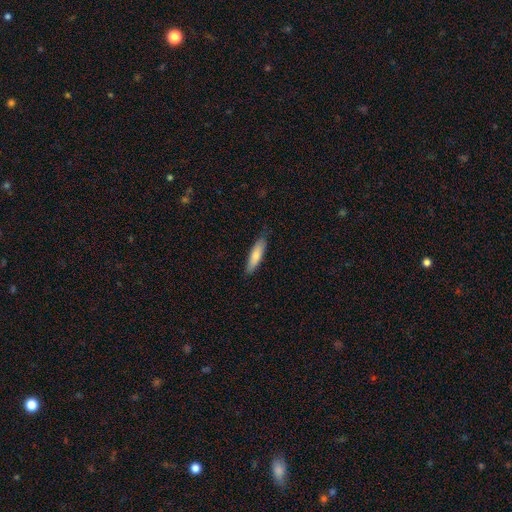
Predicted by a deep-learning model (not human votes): This appears to be a smooth galaxy with no disk features (75%) that is cigar-shaped (68%). Merging: none (82%).